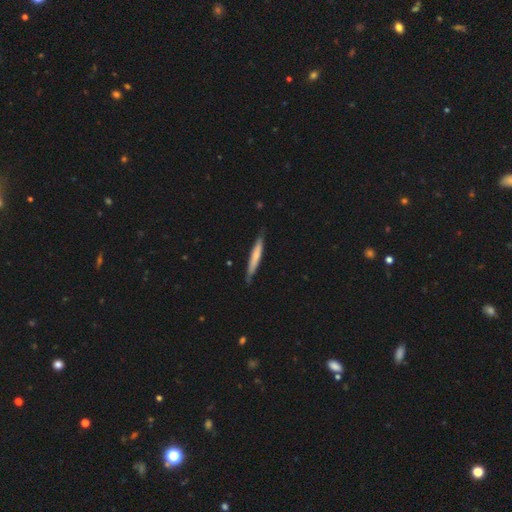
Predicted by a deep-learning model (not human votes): Q: Smooth or featured?
A: smooth (64%); runner-up: featured or disk (31%)
Q: How rounded?
A: cigar-shaped (95%); runner-up: in between (4%)
Q: Merging?
A: none (81%); runner-up: minor disturbance (16%)